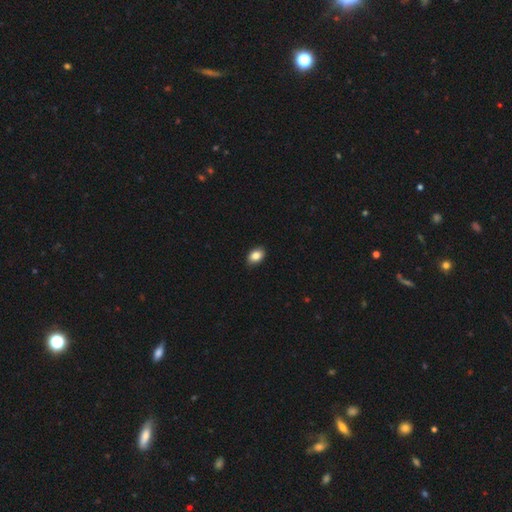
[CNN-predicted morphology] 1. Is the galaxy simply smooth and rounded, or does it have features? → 86% smooth, 8% star or artifact, 6% featured or disk.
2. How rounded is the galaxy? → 84% in between, 15% round, 1% cigar-shaped.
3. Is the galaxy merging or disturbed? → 87% none, 11% minor disturbance, 2% major disturbance, 1% merger.